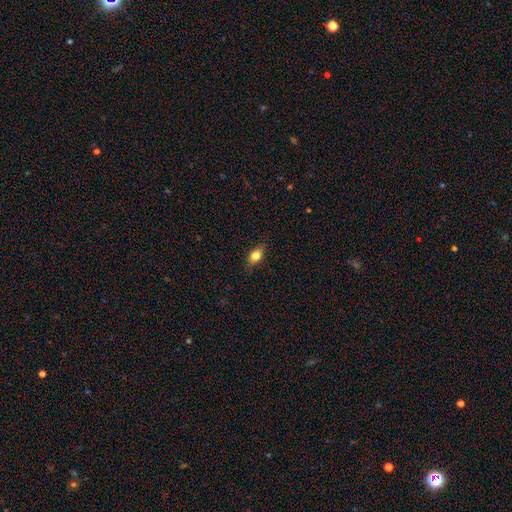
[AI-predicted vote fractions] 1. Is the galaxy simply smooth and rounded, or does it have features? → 75% smooth, 16% featured or disk, 9% star or artifact.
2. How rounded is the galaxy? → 73% in between, 19% round, 8% cigar-shaped.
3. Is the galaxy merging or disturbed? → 82% none, 14% minor disturbance, 3% major disturbance, 1% merger.